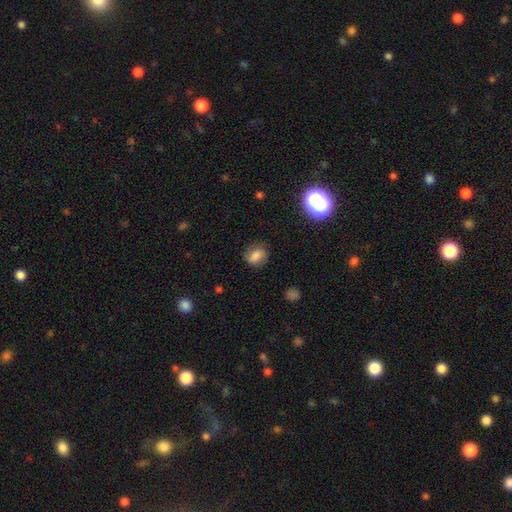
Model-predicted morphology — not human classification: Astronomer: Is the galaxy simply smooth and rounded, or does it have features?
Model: smooth — 76%.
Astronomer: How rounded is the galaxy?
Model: round — 59% (runner-up: in between, 39%).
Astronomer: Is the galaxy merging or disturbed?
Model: none — 78%.